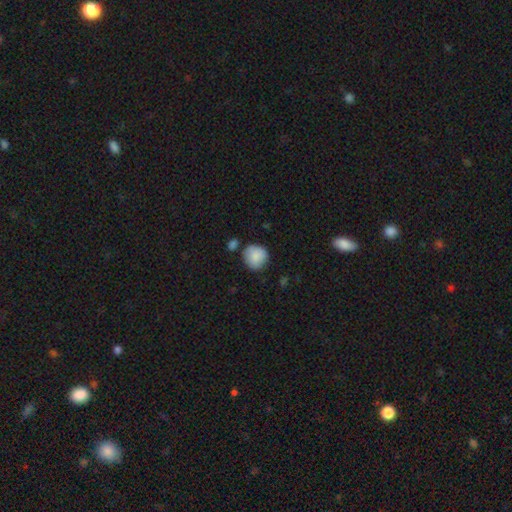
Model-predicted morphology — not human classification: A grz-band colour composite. It shows a smooth galaxy with no disk features (87%) that is round (89%). Merging: none (71%).